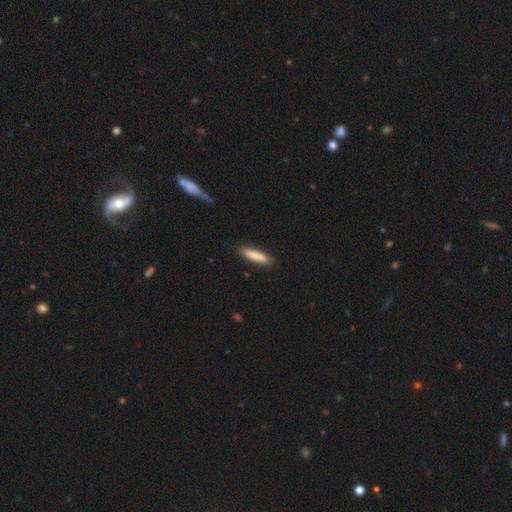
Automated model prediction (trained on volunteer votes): smooth-or-featured: smooth: 82% | featured or disk: 12% | star or artifact: 6%
  how-rounded: cigar-shaped: 82% | in between: 17% | round: 1%
  merging: none: 88% | minor disturbance: 9% | major disturbance: 2% | merger: 1%